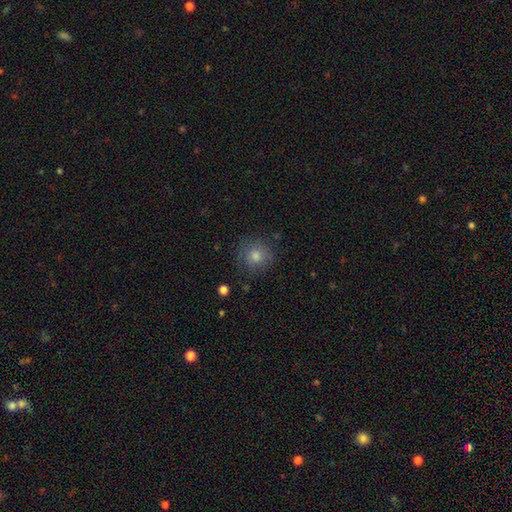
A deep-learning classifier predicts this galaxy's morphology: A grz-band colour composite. It shows a smooth galaxy with no disk features (63%) that is round (90%). Merging: none (78%).